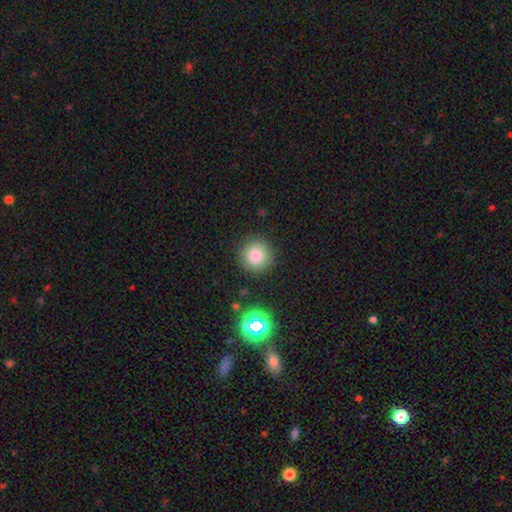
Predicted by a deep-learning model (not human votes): This is likely a smooth galaxy (79%). How rounded: clearly round (94%). Merging: clearly none (88%).